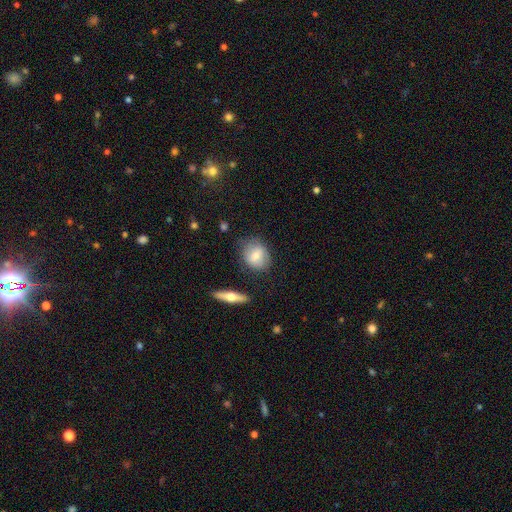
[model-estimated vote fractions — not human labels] A smooth galaxy with no disk features (71%) that is in between round and cigar-shaped (49%). Merging: none (73%).